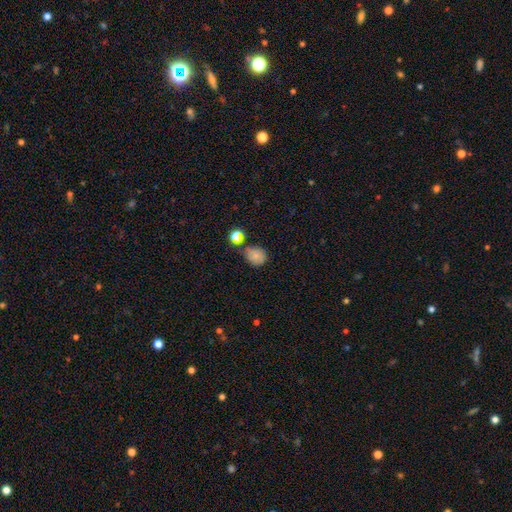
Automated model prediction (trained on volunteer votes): This appears to be a smooth galaxy with no disk features (73%) that is round (67%). Merging: none (60%).